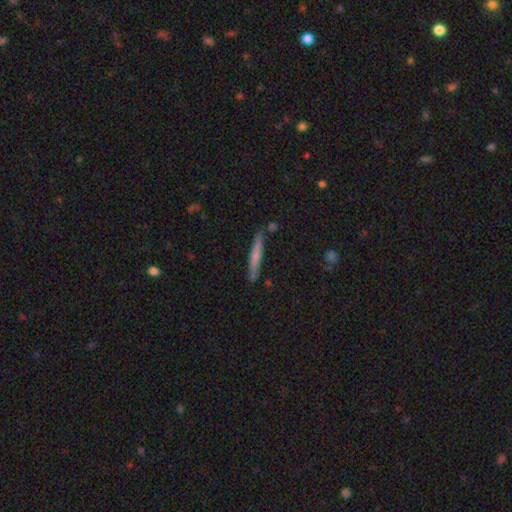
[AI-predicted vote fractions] Q: Smooth or featured?
A: smooth (56%); runner-up: featured or disk (37%)
Q: How rounded?
A: cigar-shaped (95%); runner-up: in between (3%)
Q: Merging?
A: none (86%); runner-up: minor disturbance (10%)